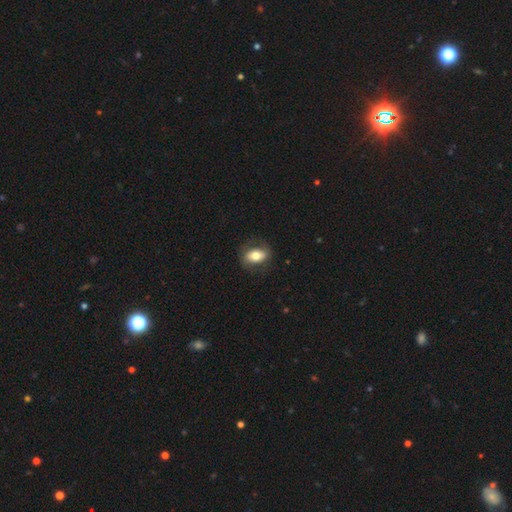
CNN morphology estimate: This is likely a smooth galaxy (64%). How rounded: clearly in between (83%). Merging: likely none (75%).